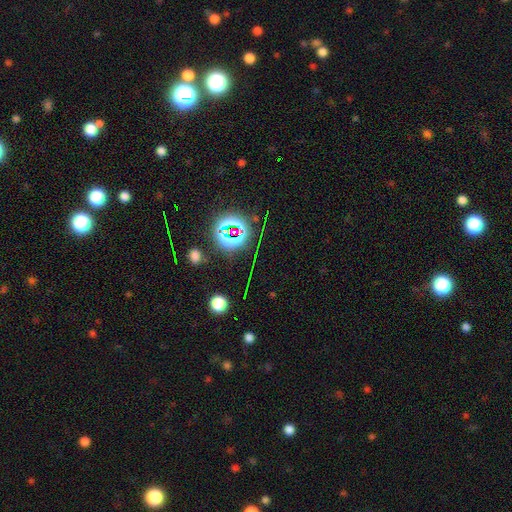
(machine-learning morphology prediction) smooth_or_featured: star or artifact (p=0.76) [alt: smooth p=0.15]